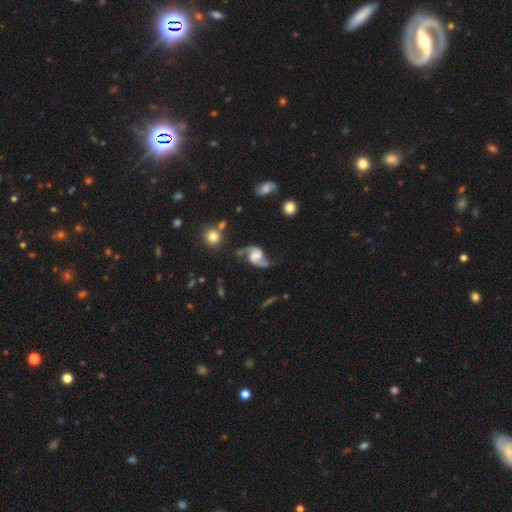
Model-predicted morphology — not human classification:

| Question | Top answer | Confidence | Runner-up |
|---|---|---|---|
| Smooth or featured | featured or disk | 90% | smooth (5%) |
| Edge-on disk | no | 98% | yes (2%) |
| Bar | no | 45% | weak (41%) |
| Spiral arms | yes | 97% | no (3%) |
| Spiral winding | loose | 61% | medium (33%) |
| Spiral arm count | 2 | 94% | can't tell (1%) |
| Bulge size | none | 27% | tied: moderate (27%) |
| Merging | none | 71% | minor disturbance (16%) |